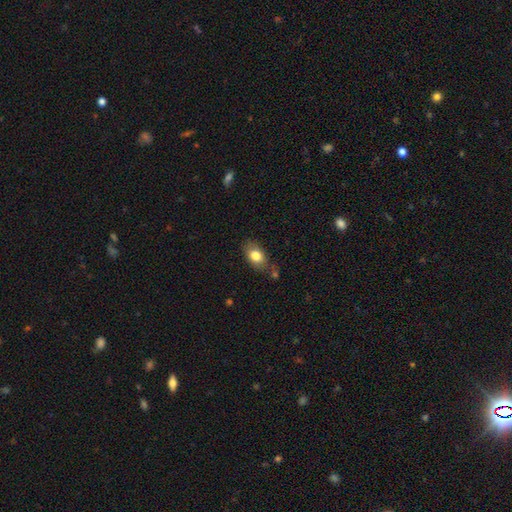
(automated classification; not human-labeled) The model was most divided on "merging": none: 66%, minor disturbance: 20%, merger: 8%, major disturbance: 6%. More confident: how rounded — in between (85%); smooth or featured — smooth (81%).